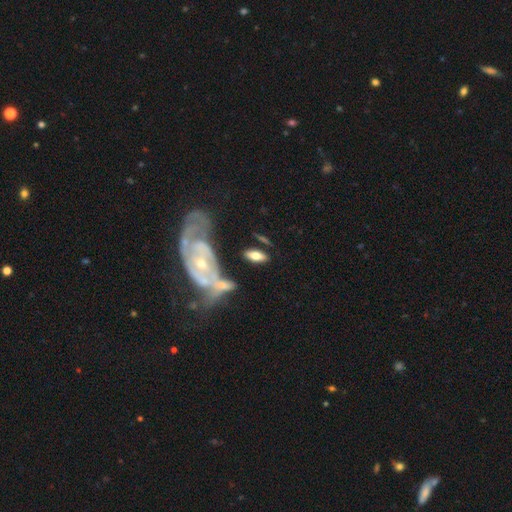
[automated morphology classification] This appears to be a smooth galaxy with no disk features (59%) that is in between round and cigar-shaped (83%). Merging: none (67%).